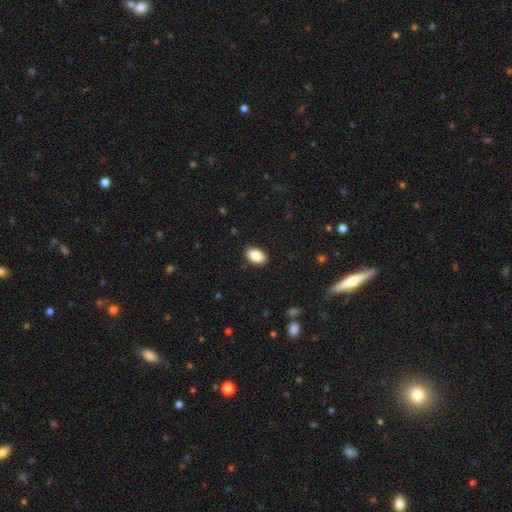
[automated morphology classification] The model was most divided on "merging": none: 88%, minor disturbance: 9%, major disturbance: 2%, merger: 1%. More confident: how rounded — in between (92%); smooth or featured — smooth (87%).